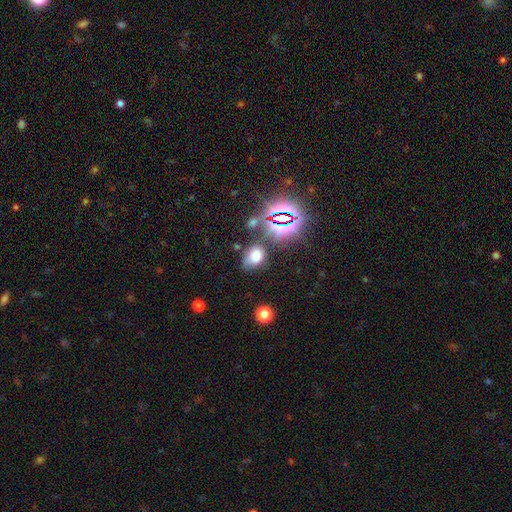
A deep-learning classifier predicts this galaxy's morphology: type=smooth (64%); roundness=in between (73%); merging=none (58%).